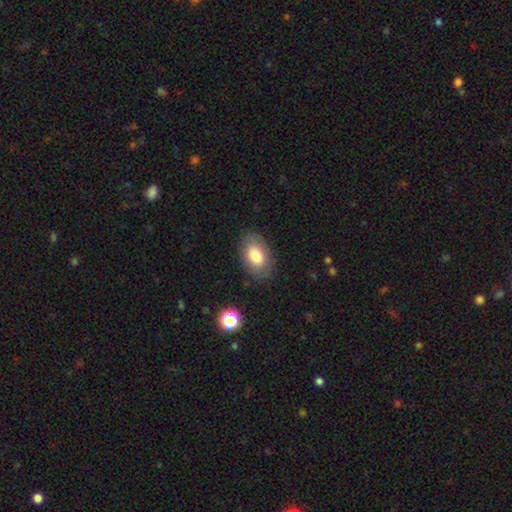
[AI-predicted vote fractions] Morphology: type=smooth (79%); roundness=in between (89%); merging=none (84%).